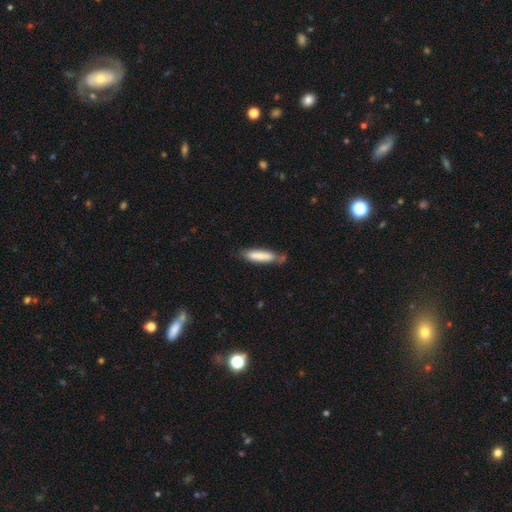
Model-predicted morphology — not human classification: Smooth or featured?
  - smooth: 72% *
  - featured or disk: 21%
  - star or artifact: 7%
How rounded?
  - cigar-shaped: 77% *
  - in between: 22%
  - round: 1%
Merging?
  - none: 63% *
  - minor disturbance: 26%
  - major disturbance: 6%
  - merger: 5%